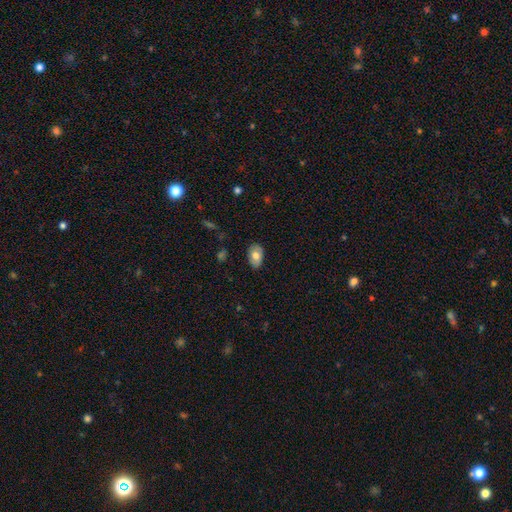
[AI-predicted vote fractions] smooth-or-featured: smooth: 73% | featured or disk: 20% | star or artifact: 7%
  how-rounded: in between: 90% | round: 9% | cigar-shaped: 1%
  merging: none: 80% | minor disturbance: 16% | major disturbance: 3% | merger: 1%